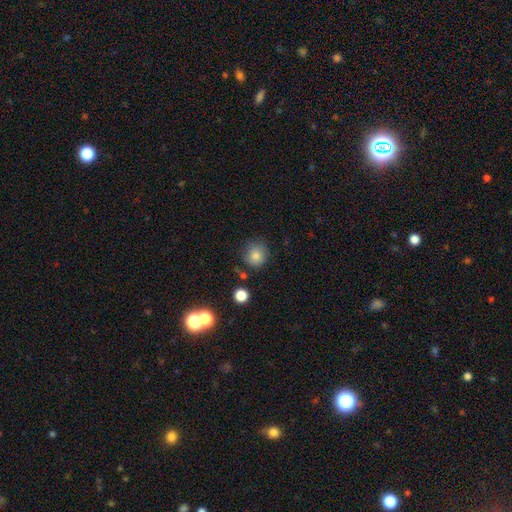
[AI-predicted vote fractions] smooth-or-featured: smooth: 81% | star or artifact: 12% | featured or disk: 6%
  how-rounded: round: 88% | in between: 11% | cigar-shaped: 1%
  merging: none: 75% | minor disturbance: 16% | merger: 4% | major disturbance: 4%